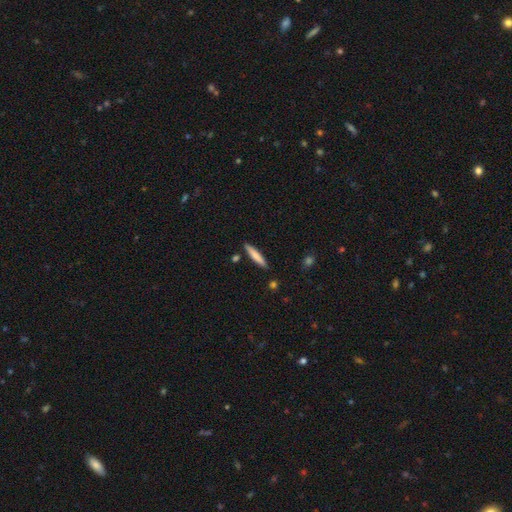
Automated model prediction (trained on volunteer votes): smooth 75%, featured or disk 19%, star or artifact 5%. Down the decision tree: how rounded — cigar-shaped (91%); merging — none (88%).